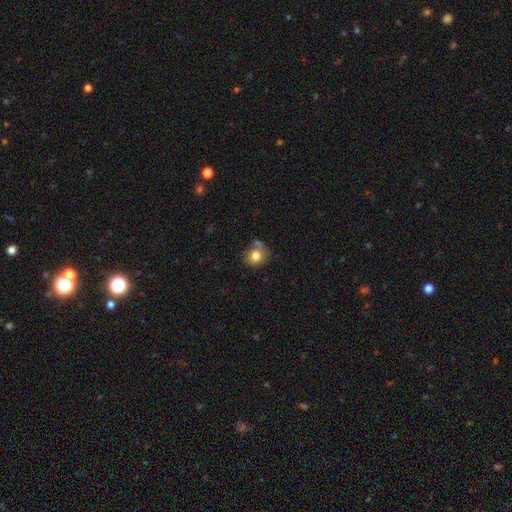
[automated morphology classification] Overall: smooth (79%). How rounded: round (80%). Merging: none (62%).